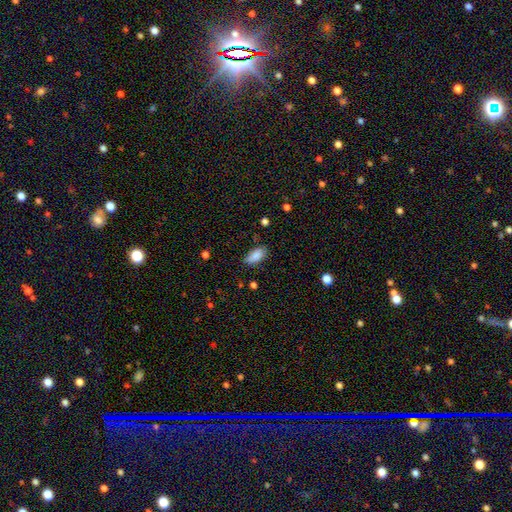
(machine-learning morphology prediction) A smooth galaxy with no disk features (86%) that is in between round and cigar-shaped (92%). Merging: none (74%).